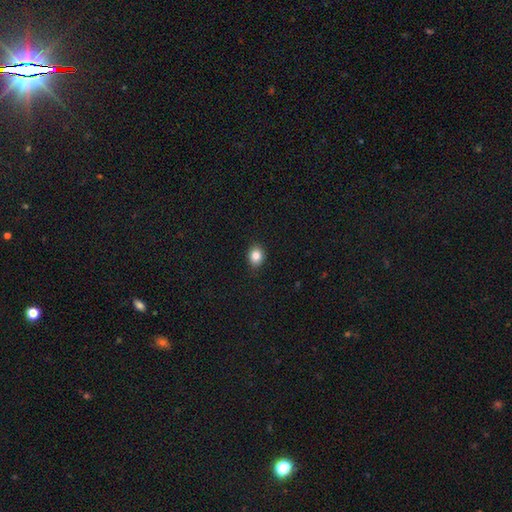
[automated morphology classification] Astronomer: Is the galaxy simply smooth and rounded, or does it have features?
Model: smooth — 84%.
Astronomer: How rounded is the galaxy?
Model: round — 54% (runner-up: in between, 45%).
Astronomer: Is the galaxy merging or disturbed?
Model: none — 89%.